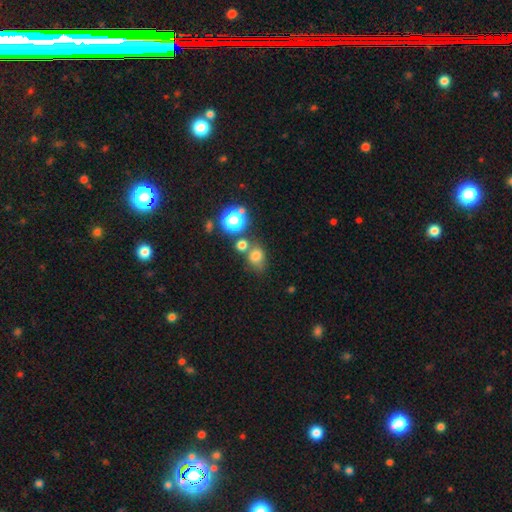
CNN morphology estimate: The model was most divided on "how rounded": round: 56%, in between: 43%, cigar-shaped: 1%. More confident: smooth or featured — smooth (73%); merging — none (51%).